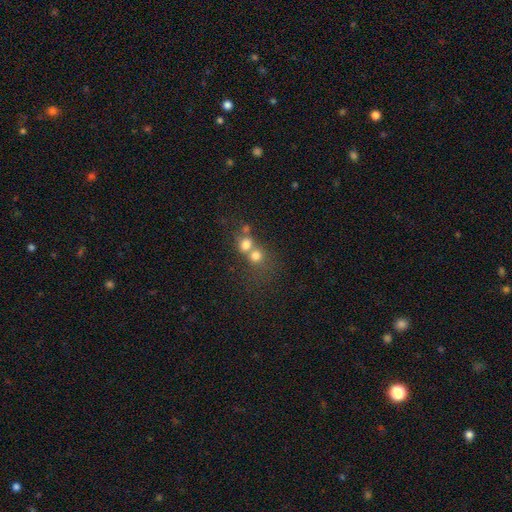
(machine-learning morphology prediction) A smooth galaxy with no disk features (71%) that is round (75%). Merging: merger (60%).